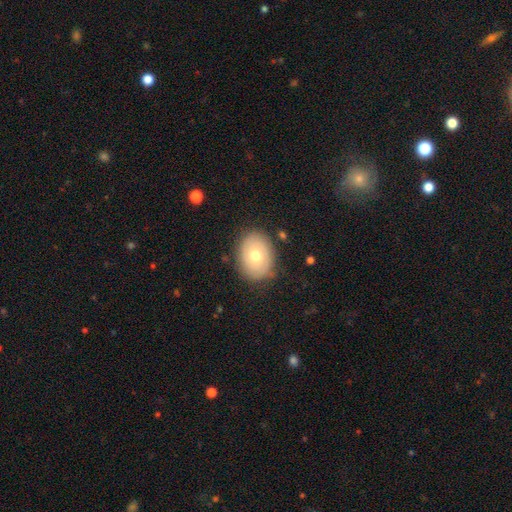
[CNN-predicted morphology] smooth 60%, featured or disk 33%, star or artifact 7%. Down the decision tree: how rounded — in between (63%); merging — none (82%).